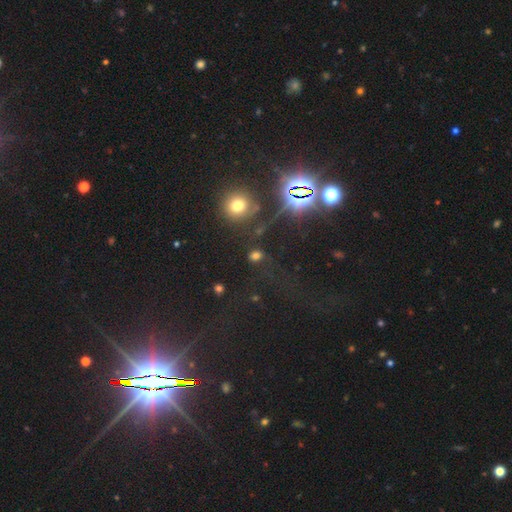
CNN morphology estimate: This is possibly a smooth galaxy (60%). How rounded: likely round (65%). Merging: likely none (75%).